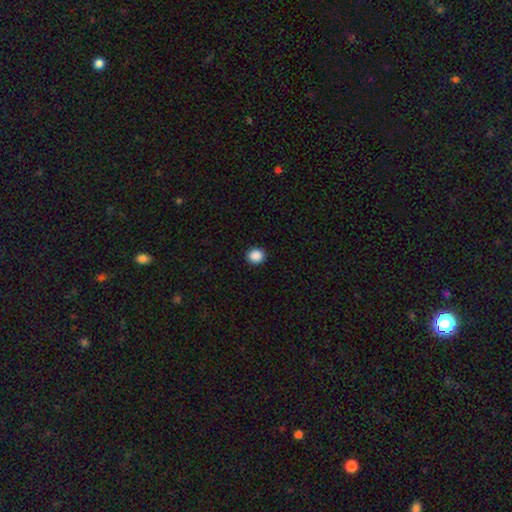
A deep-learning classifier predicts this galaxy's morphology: Overall: smooth (89%). How rounded: round (82%). Merging: none (92%).